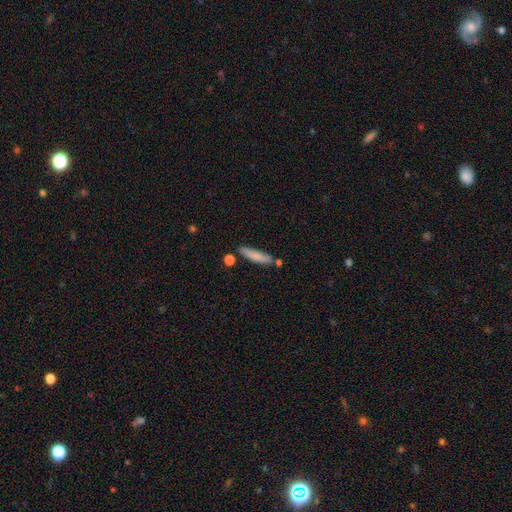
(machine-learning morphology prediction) smooth 79%, featured or disk 14%, star or artifact 7%. Down the decision tree: how rounded — cigar-shaped (82%); merging — none (74%).